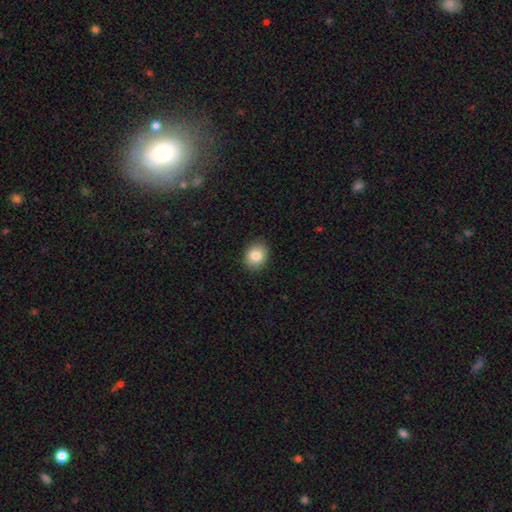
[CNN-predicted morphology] Smooth or featured?
  - smooth: 84% *
  - star or artifact: 9%
  - featured or disk: 7%
How rounded?
  - round: 57% *
  - in between: 42%
  - cigar-shaped: 1%
Merging?
  - none: 89% *
  - minor disturbance: 8%
  - major disturbance: 2%
  - merger: 1%